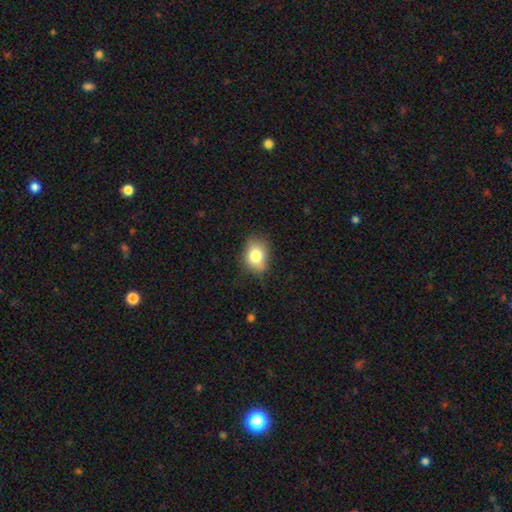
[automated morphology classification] type=smooth (77%); roundness=in between (65%); merging=none (71%).